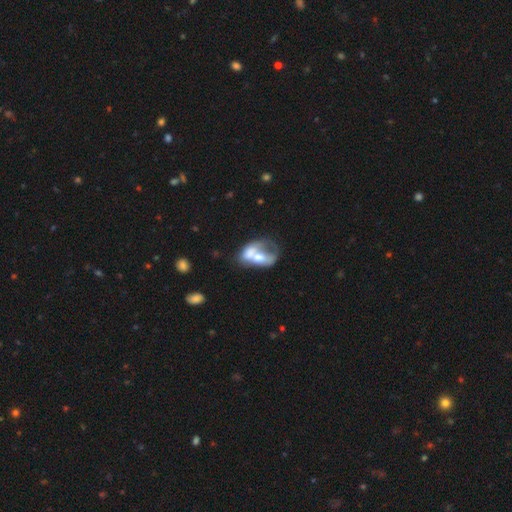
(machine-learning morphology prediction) The model was most divided on "smooth or featured": smooth: 47%, featured or disk: 45%, star or artifact: 8%. More confident: merging — merger (60%).